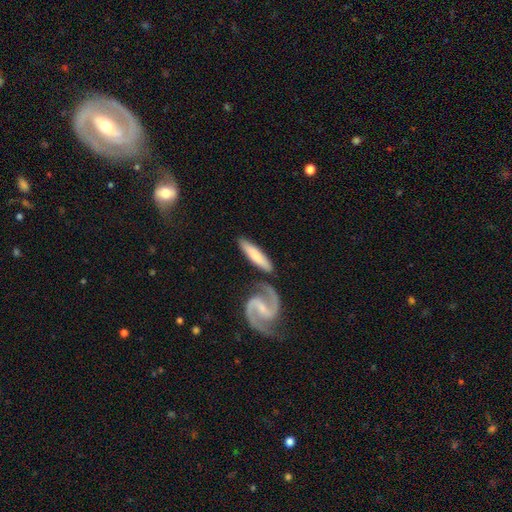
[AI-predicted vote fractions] smooth 61%, featured or disk 35%, star or artifact 5%. Down the decision tree: how rounded — cigar-shaped (82%); merging — none (68%).